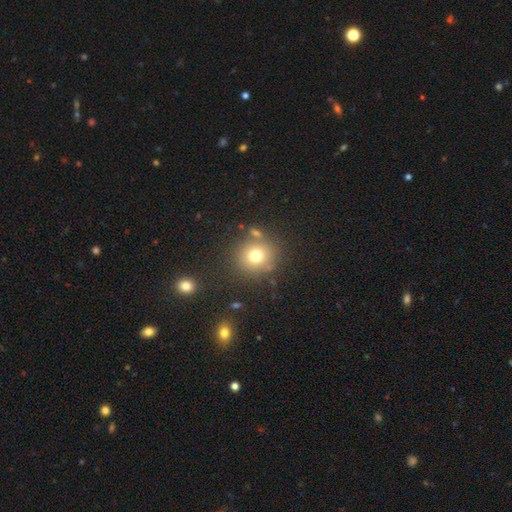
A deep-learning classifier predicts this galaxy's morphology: This is likely a smooth galaxy (74%). How rounded: clearly round (87%). Merging: likely none (78%).